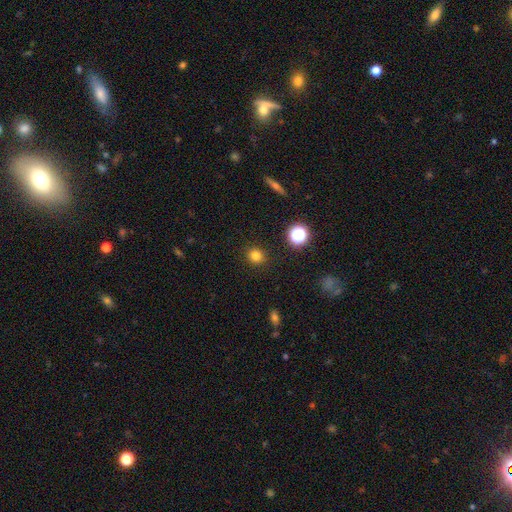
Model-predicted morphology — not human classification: Overall: smooth (80%). How rounded: round (87%). Merging: none (90%).